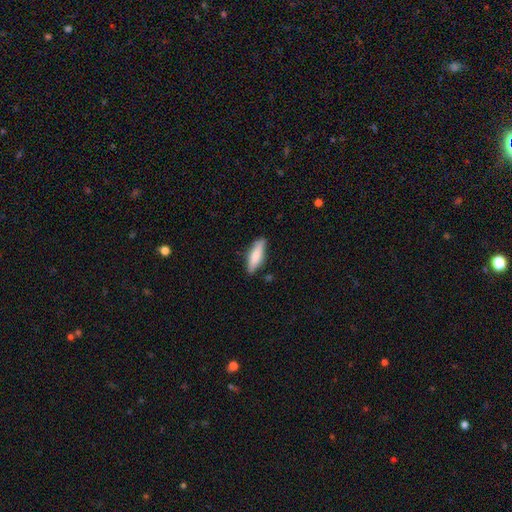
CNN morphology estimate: Smooth or featured? Predicted: smooth (p=0.78). How rounded? Predicted: cigar-shaped (p=0.52). Merging? Predicted: none (p=0.81).